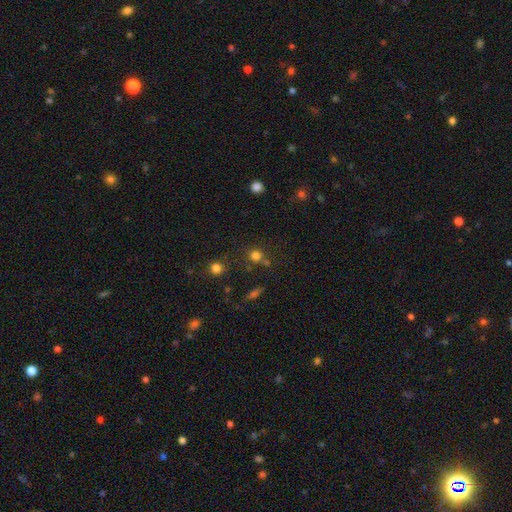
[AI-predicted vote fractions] Q: Smooth or featured?
A: smooth (75%); runner-up: star or artifact (18%)
Q: How rounded?
A: round (89%); runner-up: in between (10%)
Q: Merging?
A: none (67%); runner-up: merger (17%)